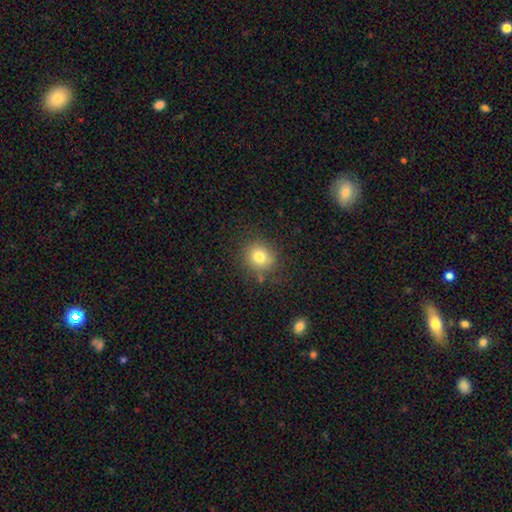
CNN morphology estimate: smooth 80%, star or artifact 12%, featured or disk 9%. Down the decision tree: how rounded — round (84%); merging — none (81%).